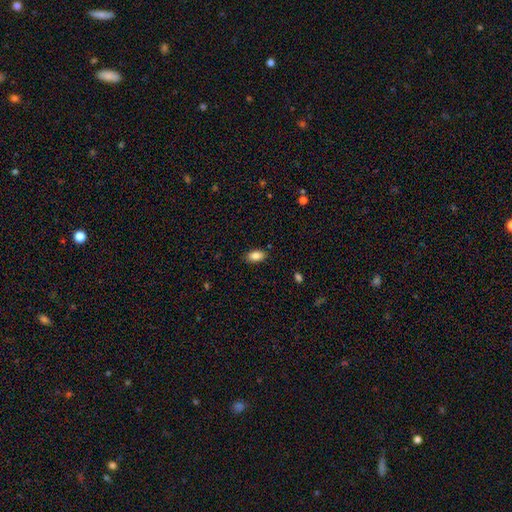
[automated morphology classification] A smooth galaxy with no disk features (86%) that is in between round and cigar-shaped (91%).

Vote fractions:
- Smooth or featured? smooth: 86% / star or artifact: 8% / featured or disk: 6%
- How rounded? in between: 91% / round: 5% / cigar-shaped: 4%
- Merging? none: 85% / minor disturbance: 11% / major disturbance: 2% / merger: 1%